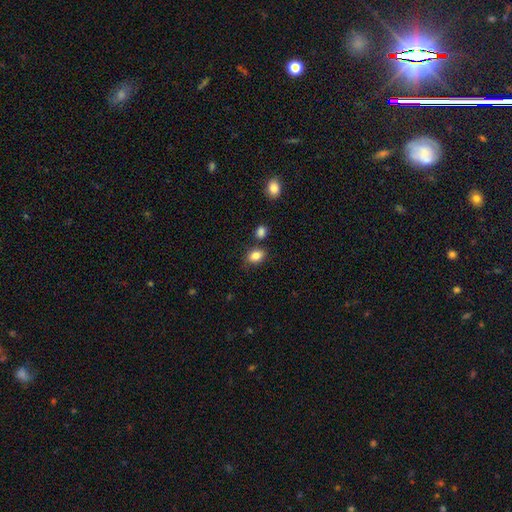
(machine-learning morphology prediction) This appears to be a smooth galaxy with no disk features (85%) that is in between round and cigar-shaped (74%). Merging: none (74%).